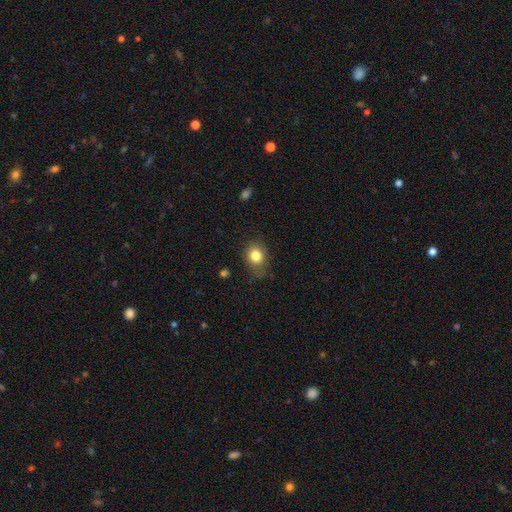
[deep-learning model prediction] Smooth or featured? Predicted: smooth (p=0.81). How rounded? Predicted: round (p=0.57). Merging? Predicted: none (p=0.66).